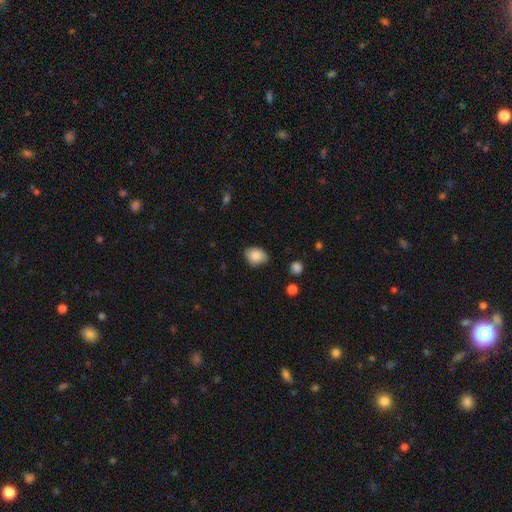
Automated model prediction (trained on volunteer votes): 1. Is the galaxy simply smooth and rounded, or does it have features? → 86% smooth, 8% star or artifact, 6% featured or disk.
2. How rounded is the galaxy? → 64% in between, 35% round, 1% cigar-shaped.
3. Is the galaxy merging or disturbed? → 77% none, 18% minor disturbance, 3% major disturbance, 2% merger.